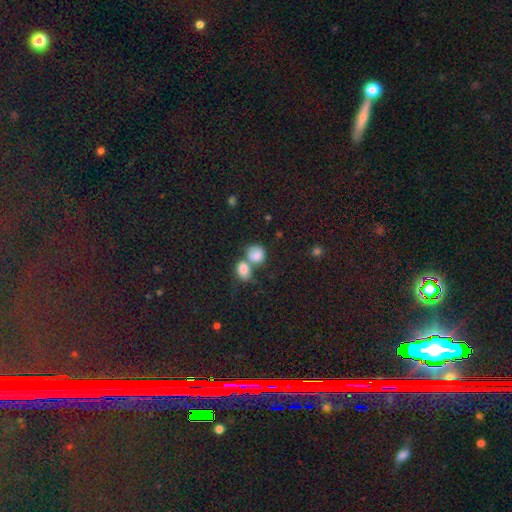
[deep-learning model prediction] smooth_or_featured: smooth (p=0.81) [alt: featured or disk p=0.10]
how_rounded: round (p=0.60) [alt: in between p=0.39]
merging: merger (p=0.57) [alt: none p=0.29]